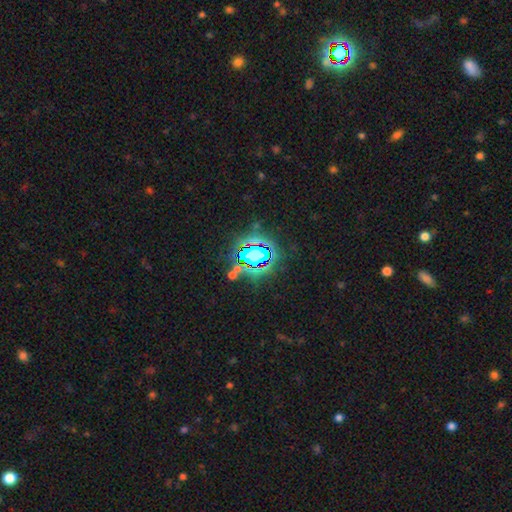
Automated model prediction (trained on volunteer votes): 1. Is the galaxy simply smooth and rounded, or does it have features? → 70% star or artifact, 17% smooth, 12% featured or disk.